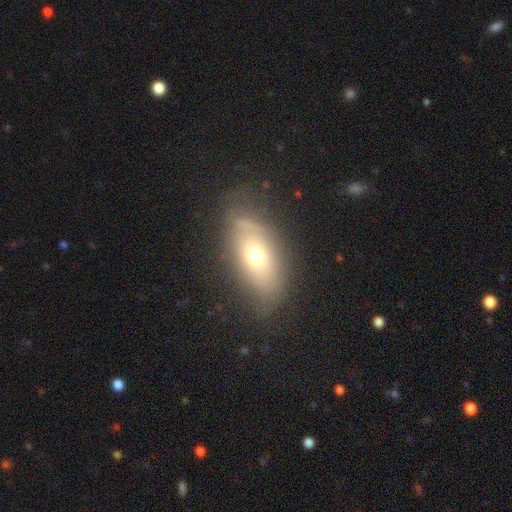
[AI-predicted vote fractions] The model was most divided on "smooth or featured": smooth: 50%, featured or disk: 41%, star or artifact: 9%. More confident: how rounded — in between (81%); merging — none (69%).